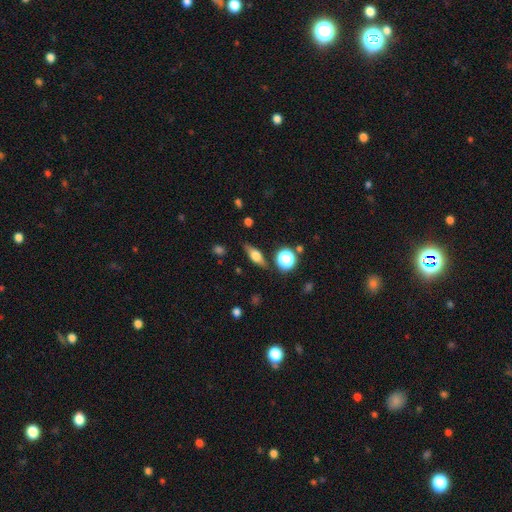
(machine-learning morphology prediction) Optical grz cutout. It shows a smooth galaxy with no disk features (51%) that is in between round and cigar-shaped (53%). Merging: none (82%).